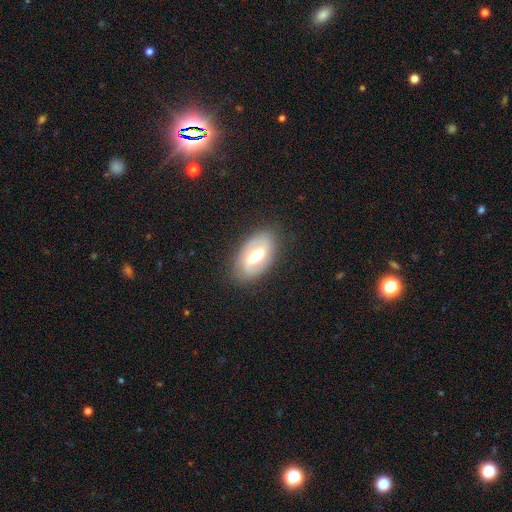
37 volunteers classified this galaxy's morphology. Volunteers were most divided on "spiral winding": medium: 58%, loose: 29%, tight: 12%. More confident: spiral arm count — 2 (100%); merging — none (92%); edge-on disk — no (90%); spiral arms — yes (86%); smooth or featured — featured or disk (84%); bulge size — moderate (75%); bar — weak (64%).